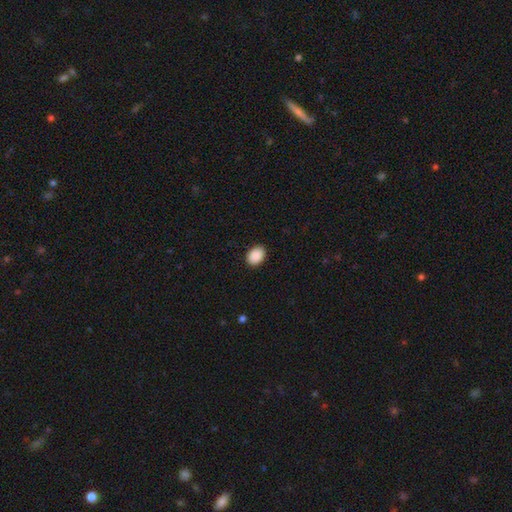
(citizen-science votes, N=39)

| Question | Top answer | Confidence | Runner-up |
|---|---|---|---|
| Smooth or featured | smooth | 87% | star or artifact (8%) |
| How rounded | in between | 82% | round (18%) |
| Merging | none | 94% | minor disturbance (3%) |